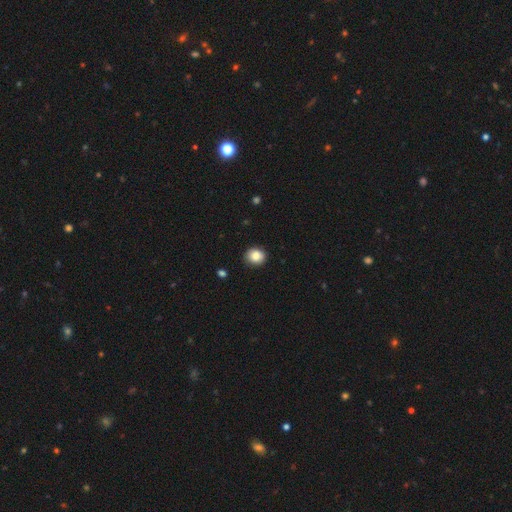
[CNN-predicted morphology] This is clearly a smooth galaxy (85%). How rounded: clearly round (80%). Merging: clearly none (87%).